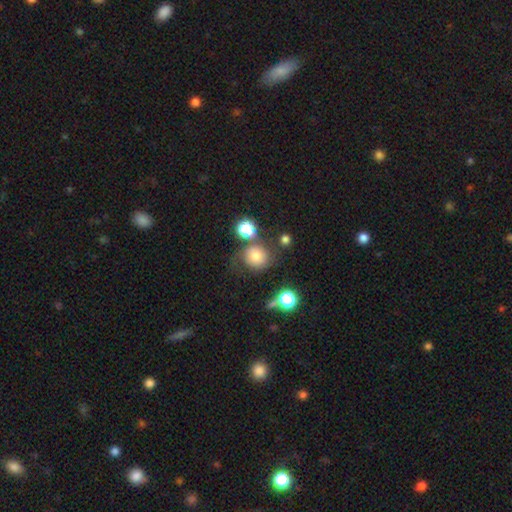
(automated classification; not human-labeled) Smooth or featured: smooth — 72% (star or artifact — 15%)
How rounded: round — 82% (in between — 17%)
Merging: none — 60% (minor disturbance — 18%)